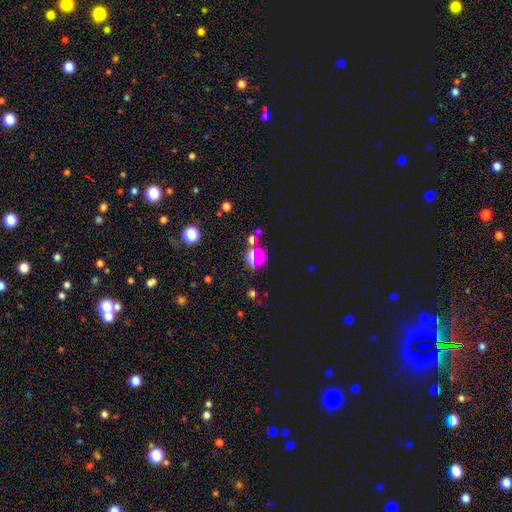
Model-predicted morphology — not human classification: This is possibly a star or artifact rather than a galaxy (56%).